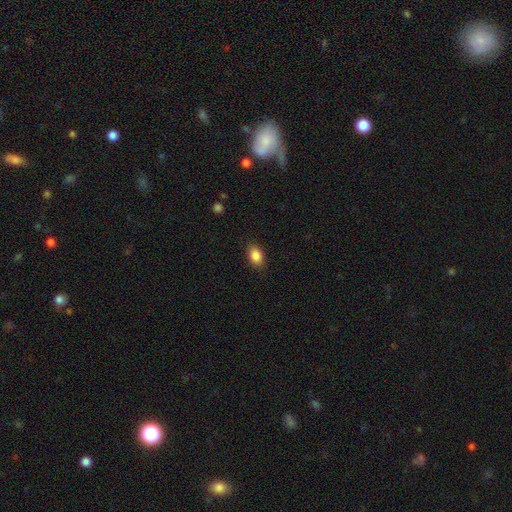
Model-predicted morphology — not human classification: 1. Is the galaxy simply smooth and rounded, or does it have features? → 87% smooth, 8% star or artifact, 5% featured or disk.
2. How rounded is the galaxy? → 86% in between, 12% round, 2% cigar-shaped.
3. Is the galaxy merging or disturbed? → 86% none, 10% minor disturbance, 3% major disturbance, 1% merger.